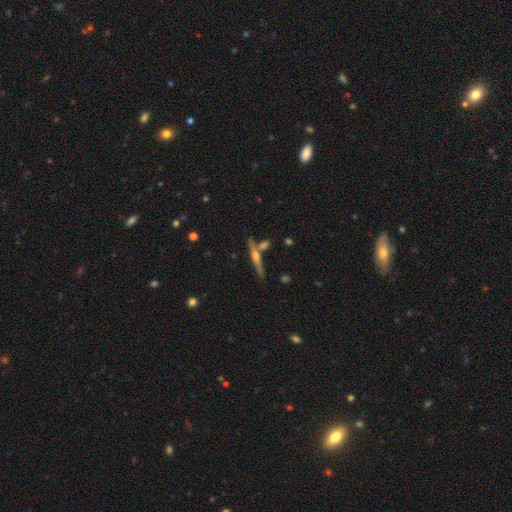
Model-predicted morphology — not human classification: smooth_or_featured: featured or disk (p=0.69) [alt: smooth p=0.24]
disk_edge_on: yes (p=0.97) [alt: no p=0.03]
edge_on_bulge: rounded (p=0.83) [alt: none p=0.10]
merging: none (p=0.75) [alt: merger p=0.13]